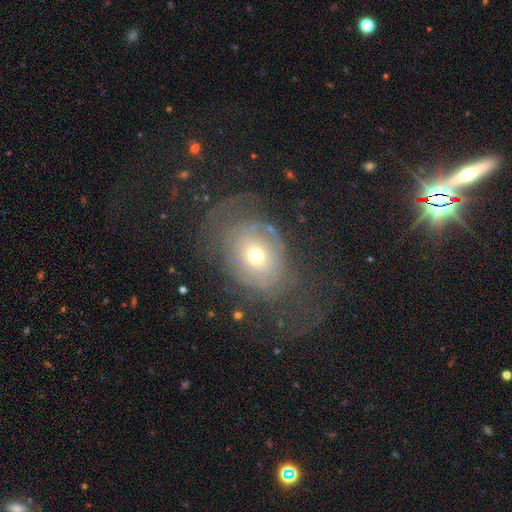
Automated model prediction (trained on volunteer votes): Morphology: type=featured or disk (53%); edge-on=no (94%); merging=none (42%).